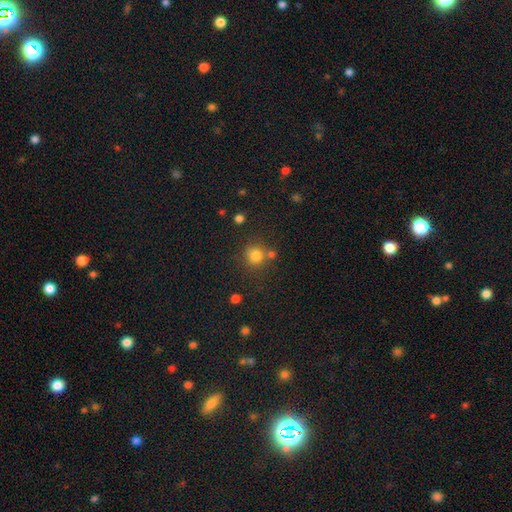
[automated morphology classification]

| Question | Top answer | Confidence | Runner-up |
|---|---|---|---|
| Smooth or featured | smooth | 79% | star or artifact (14%) |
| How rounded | round | 90% | in between (9%) |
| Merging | none | 71% | merger (14%) |